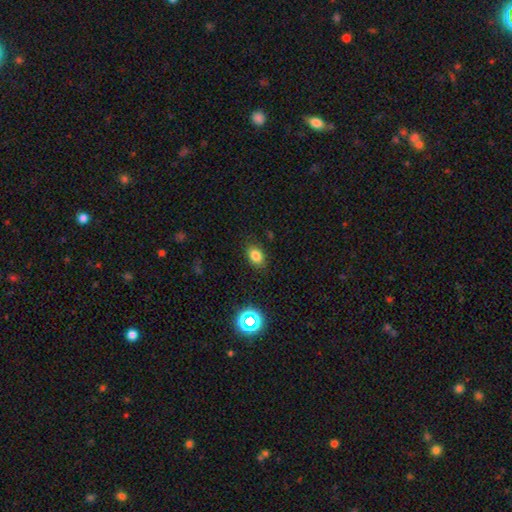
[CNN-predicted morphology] A smooth galaxy with no disk features (79%) that is in between round and cigar-shaped (77%). Merging: none (86%).